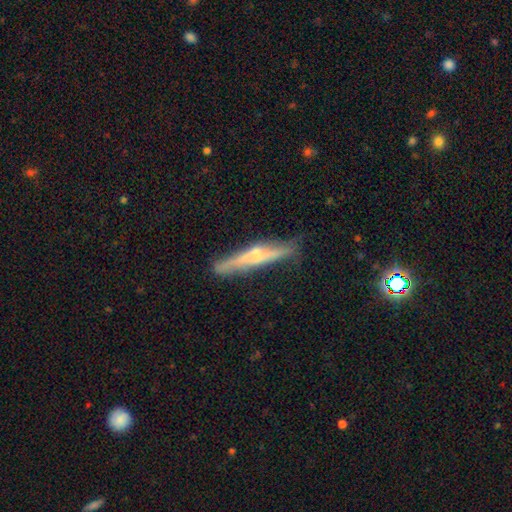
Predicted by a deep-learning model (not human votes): Smooth or featured: featured or disk — 60% (smooth — 34%)
Edge-on disk: yes — 91% (no — 9%)
Edge-on bulge: rounded — 64% (none — 22%)
Merging: none — 70% (minor disturbance — 21%)